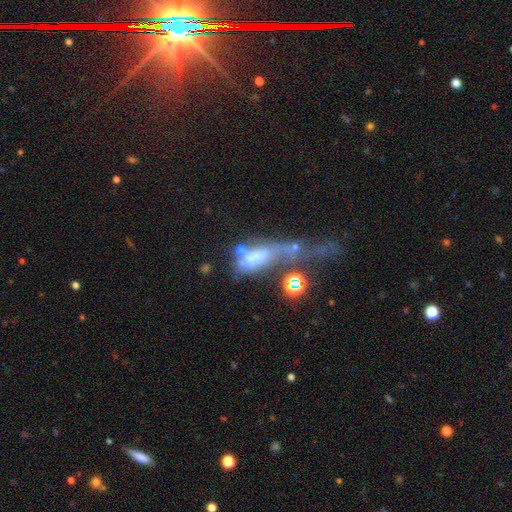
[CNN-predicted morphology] Smooth or featured? Predicted: featured or disk (p=0.42). Merging? Predicted: merger (p=0.46).